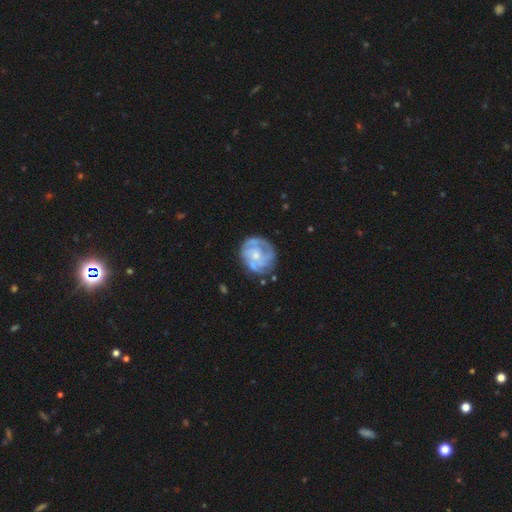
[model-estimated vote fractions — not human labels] The model was most divided on "spiral arm count": can't tell: 33%, 3: 28%, 2: 17%, 4: 11%, 1: 6%, more than 4: 5%. More confident: edge-on disk — no (98%); spiral arms — yes (87%); smooth or featured — featured or disk (78%); bar — no (76%); merging — none (70%); spiral winding — tight (60%); bulge size — small (51%).